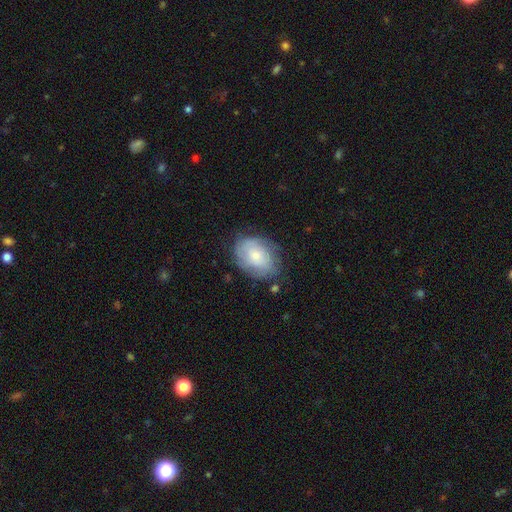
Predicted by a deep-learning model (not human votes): smooth_or_featured: smooth (p=0.52) [alt: featured or disk p=0.41]
how_rounded: in between (p=0.72) [alt: round p=0.27]
merging: none (p=0.65) [alt: minor disturbance p=0.25]